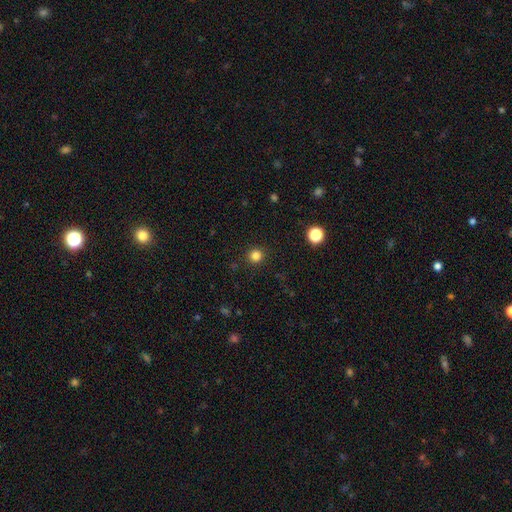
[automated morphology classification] Smooth or featured? smooth (82%)
How rounded? round (92%)
Merging? none (91%)